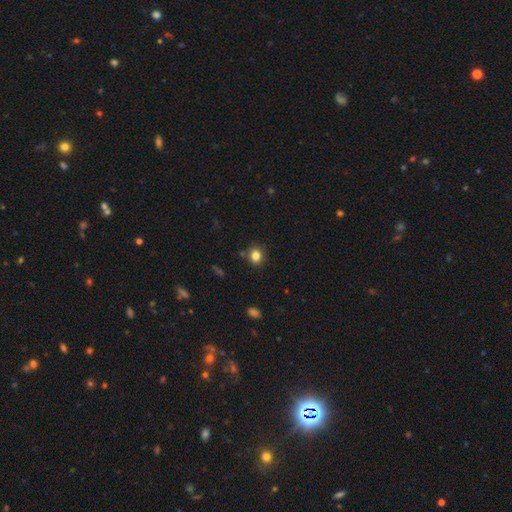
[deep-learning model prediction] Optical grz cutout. It shows a smooth galaxy with no disk features (83%) that is round (68%). Merging: none (84%).